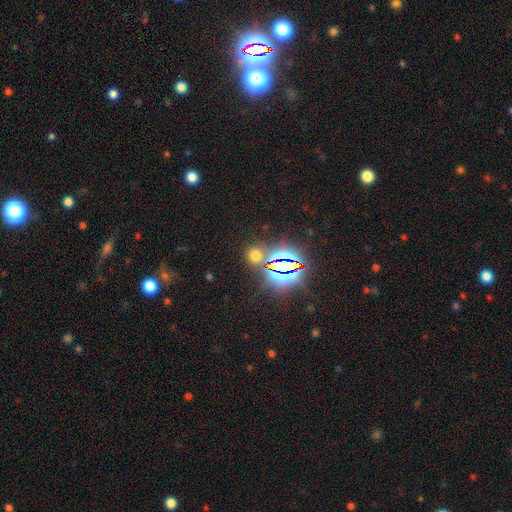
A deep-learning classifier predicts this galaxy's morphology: Smooth or featured? smooth (47%)
Merging? none (77%)